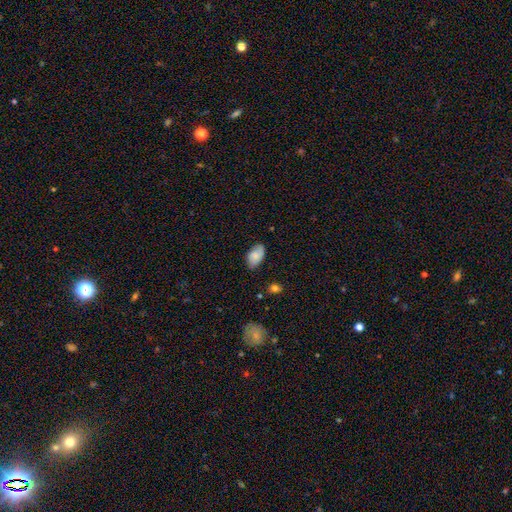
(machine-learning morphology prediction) This appears to be a smooth galaxy with no disk features (73%) that is in between round and cigar-shaped (93%). Merging: none (74%).